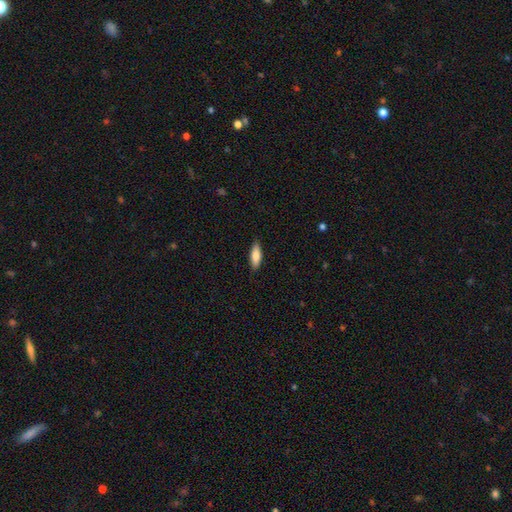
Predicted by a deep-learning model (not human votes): Smooth or featured? Predicted: smooth (p=0.79). How rounded? Predicted: in between (p=0.58). Merging? Predicted: none (p=0.88).